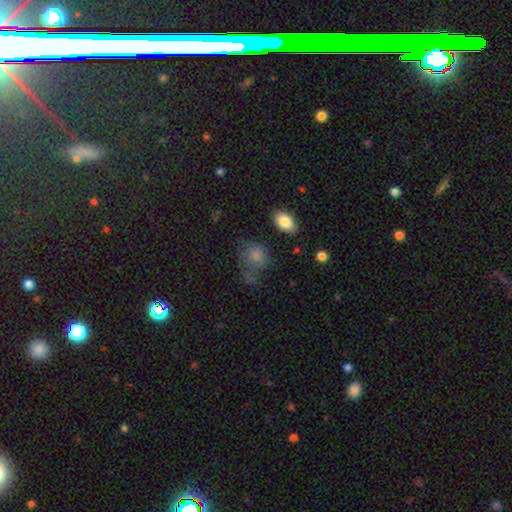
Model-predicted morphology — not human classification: smooth-or-featured: smooth: 78% | star or artifact: 11% | featured or disk: 11%
  how-rounded: round: 55% | in between: 43% | cigar-shaped: 1%
  merging: none: 44% | minor disturbance: 26% | major disturbance: 23% | merger: 7%